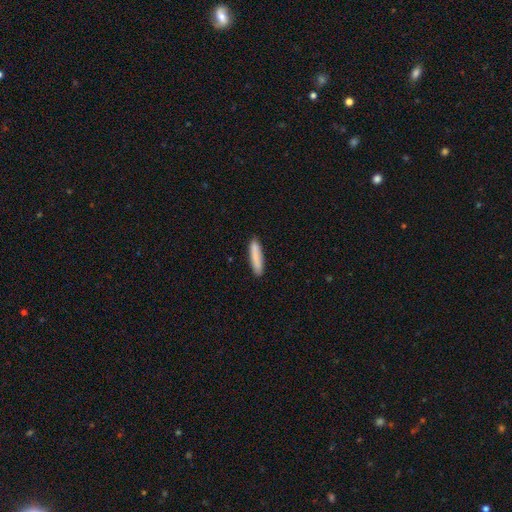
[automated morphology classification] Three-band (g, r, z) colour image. It shows a smooth galaxy with no disk features (86%) that is cigar-shaped (84%). Merging: none (87%).